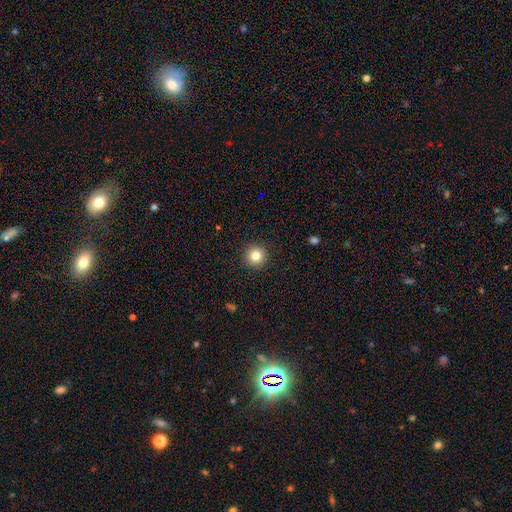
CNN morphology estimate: The model was most divided on "smooth or featured": smooth: 82%, star or artifact: 12%, featured or disk: 6%. More confident: how rounded — round (96%); merging — none (93%).